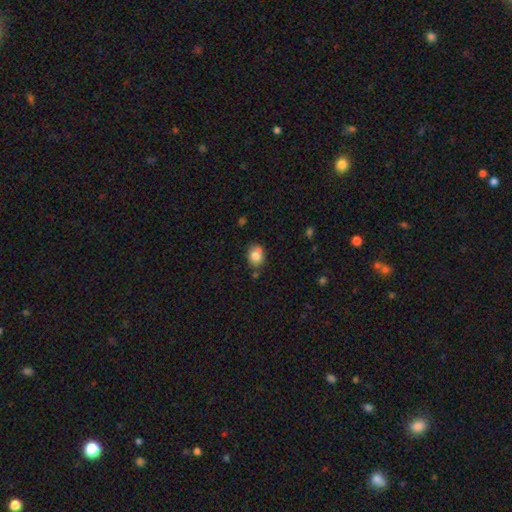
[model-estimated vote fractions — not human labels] Smooth or featured? Predicted: smooth (p=0.78). How rounded? Predicted: round (p=0.53). Merging? Predicted: none (p=0.62).